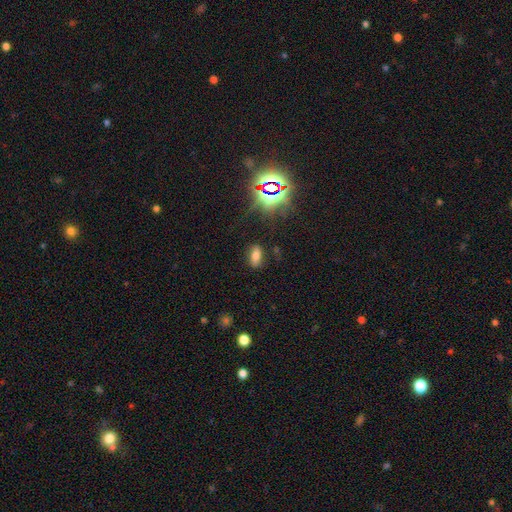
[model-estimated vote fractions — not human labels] smooth_or_featured: smooth (p=0.67) [alt: star or artifact p=0.21]
how_rounded: in between (p=0.86) [alt: cigar-shaped p=0.07]
merging: none (p=0.84) [alt: minor disturbance p=0.11]